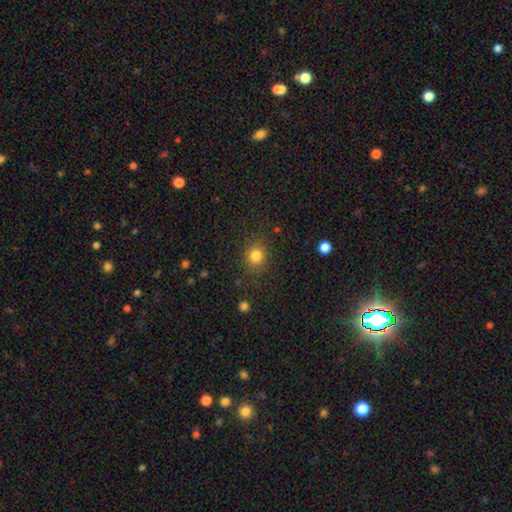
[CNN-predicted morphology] The model was most divided on "how rounded": round: 80%, in between: 19%, cigar-shaped: 1%. More confident: merging — none (86%); smooth or featured — smooth (83%).